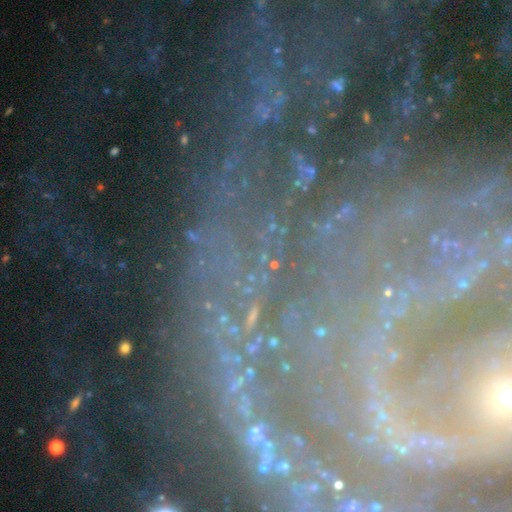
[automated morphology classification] type=star or artifact (59%).